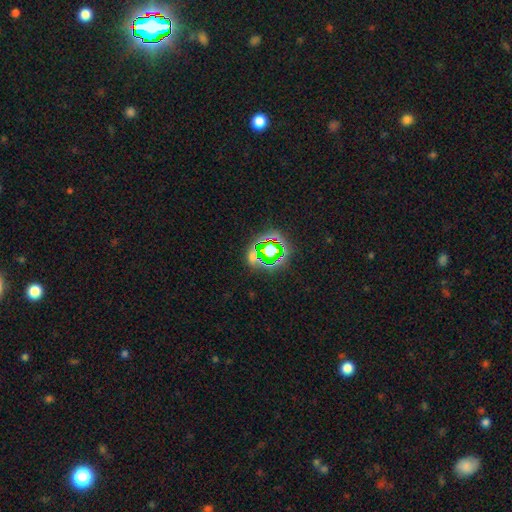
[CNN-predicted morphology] smooth-or-featured: star or artifact: 73% | smooth: 16% | featured or disk: 11%